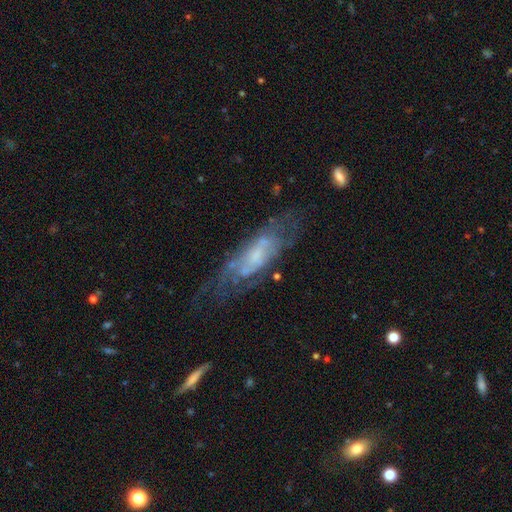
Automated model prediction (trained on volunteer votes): featured or disk 64%, smooth 27%, star or artifact 9%. Down the decision tree: edge-on disk — no (77%); merging — none (56%).